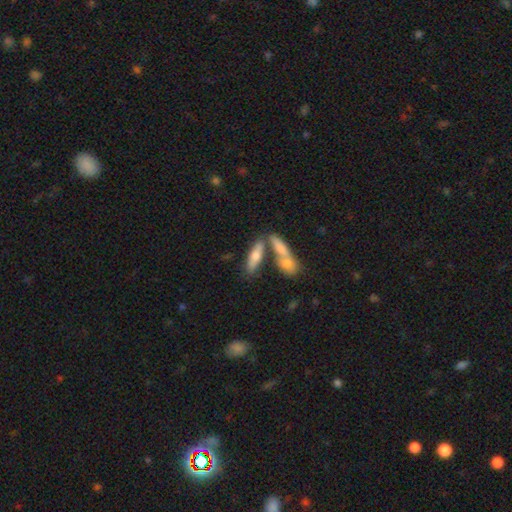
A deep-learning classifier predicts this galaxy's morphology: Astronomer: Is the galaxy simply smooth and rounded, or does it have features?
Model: smooth — 65%.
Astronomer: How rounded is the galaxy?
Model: cigar-shaped — 53% (runner-up: in between, 44%).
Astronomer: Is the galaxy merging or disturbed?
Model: none — 49% (runner-up: merger, 36%).